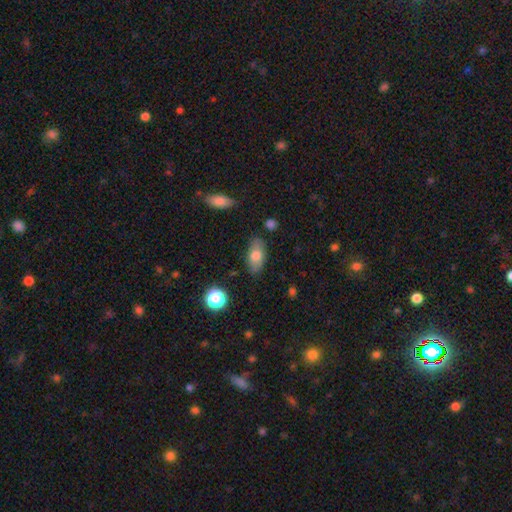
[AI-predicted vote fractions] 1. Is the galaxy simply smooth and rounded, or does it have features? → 74% smooth, 18% featured or disk, 8% star or artifact.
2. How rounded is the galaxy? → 88% in between, 7% cigar-shaped, 5% round.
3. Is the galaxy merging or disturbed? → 82% none, 13% minor disturbance, 3% major disturbance, 2% merger.